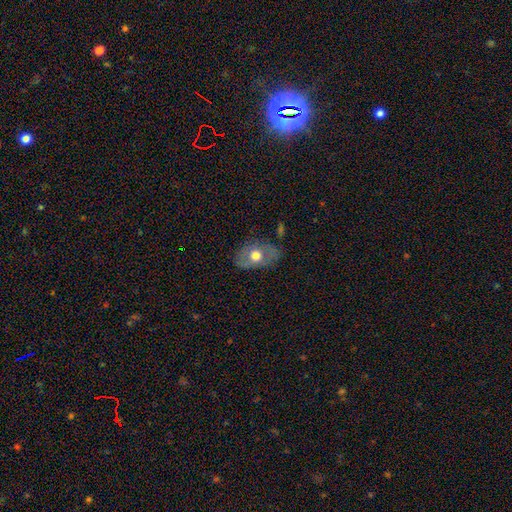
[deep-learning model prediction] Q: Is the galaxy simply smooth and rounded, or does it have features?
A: smooth — 51%.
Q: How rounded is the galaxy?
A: in between — 82%.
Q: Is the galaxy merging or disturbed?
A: none — 69%.